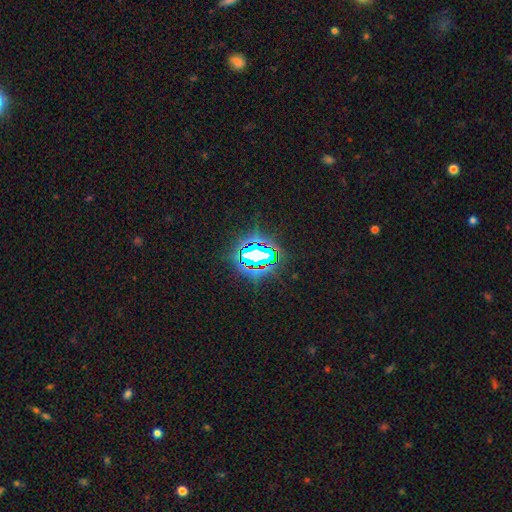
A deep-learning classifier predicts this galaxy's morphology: Smooth or featured? Predicted: star or artifact (p=0.74).